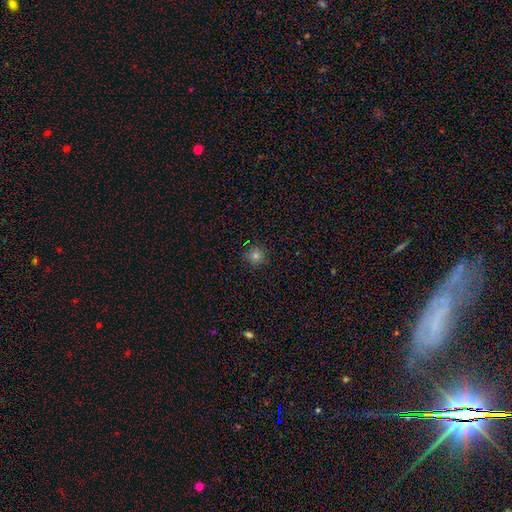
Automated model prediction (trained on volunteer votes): smooth 77%, star or artifact 16%, featured or disk 6%. Down the decision tree: how rounded — round (94%); merging — none (89%).